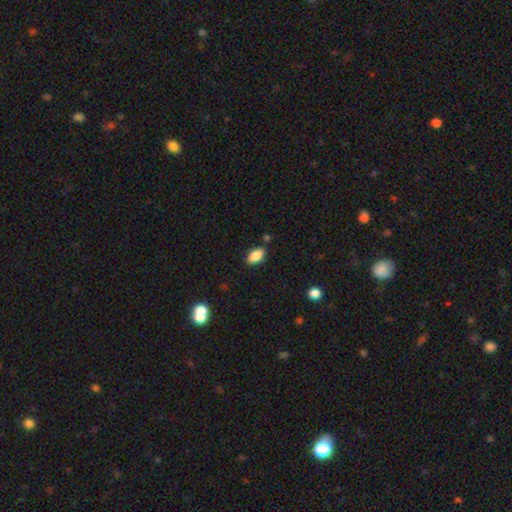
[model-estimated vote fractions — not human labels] smooth_or_featured: smooth (p=0.87) [alt: star or artifact p=0.08]
how_rounded: in between (p=0.92) [alt: round p=0.05]
merging: none (p=0.83) [alt: minor disturbance p=0.11]